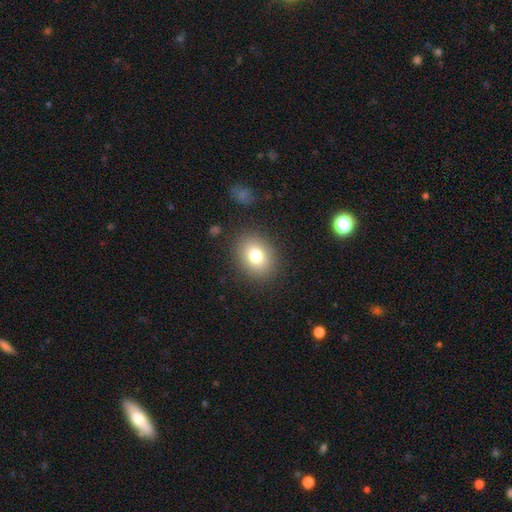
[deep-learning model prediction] A smooth galaxy with no disk features (78%) that is round (51%). Merging: none (87%).